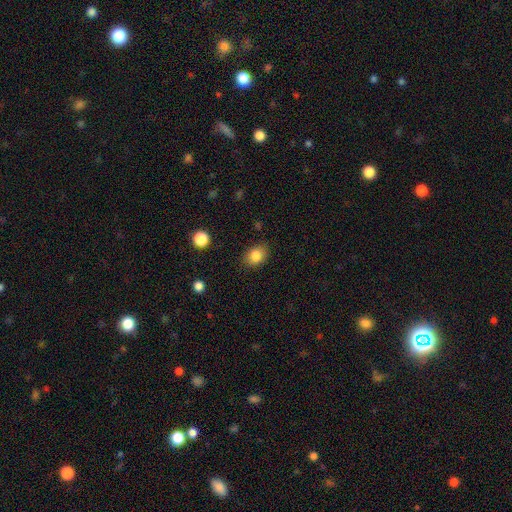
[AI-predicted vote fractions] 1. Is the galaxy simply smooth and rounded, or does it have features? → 84% smooth, 10% star or artifact, 6% featured or disk.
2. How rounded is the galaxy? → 63% in between, 36% round, 1% cigar-shaped.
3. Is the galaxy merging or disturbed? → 84% none, 12% minor disturbance, 3% major disturbance, 1% merger.